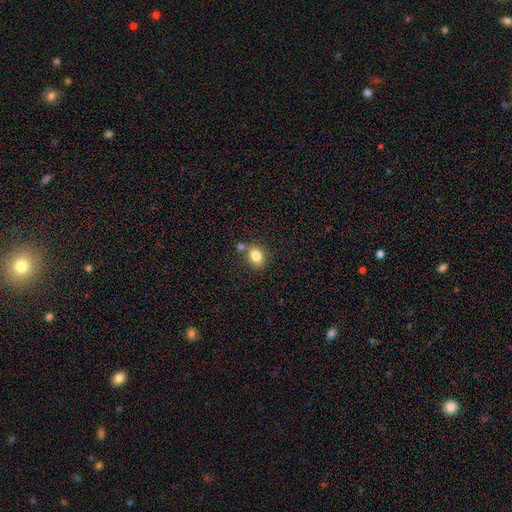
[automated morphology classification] smooth_or_featured: smooth (p=0.82) [alt: star or artifact p=0.10]
how_rounded: in between (p=0.64) [alt: round p=0.34]
merging: none (p=0.64) [alt: merger p=0.21]